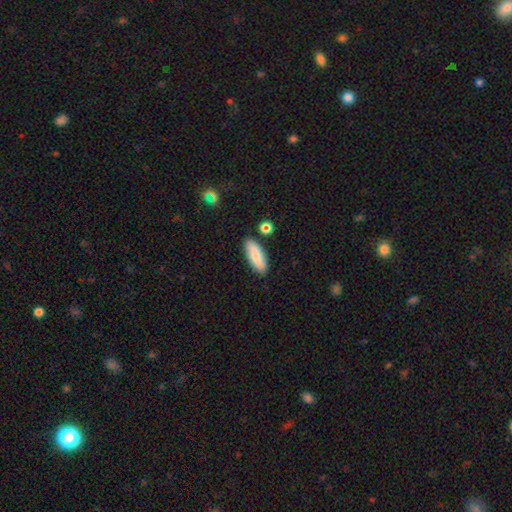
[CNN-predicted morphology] A smooth galaxy with no disk features (78%) that is in between round and cigar-shaped (66%).

Vote fractions:
- Smooth or featured? smooth: 78% / featured or disk: 15% / star or artifact: 6%
- How rounded? in between: 66% / cigar-shaped: 32% / round: 2%
- Merging? none: 84% / minor disturbance: 11% / merger: 3% / major disturbance: 2%